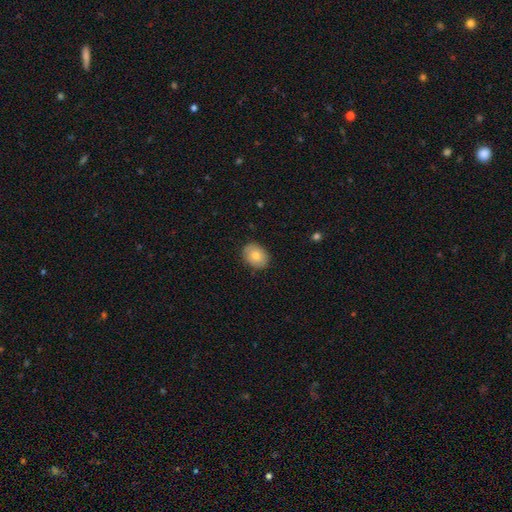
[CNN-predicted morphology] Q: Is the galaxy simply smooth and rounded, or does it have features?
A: smooth — 80%.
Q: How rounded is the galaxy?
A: in between — 62%.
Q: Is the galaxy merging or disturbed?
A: none — 86%.